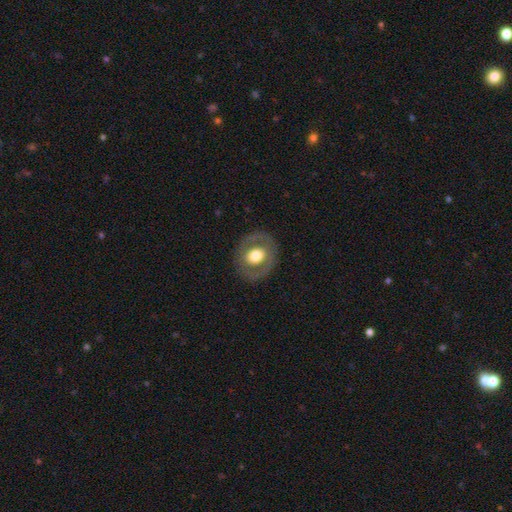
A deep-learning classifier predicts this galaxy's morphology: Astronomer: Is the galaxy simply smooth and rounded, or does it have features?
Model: smooth — 50% (runner-up: featured or disk, 43%).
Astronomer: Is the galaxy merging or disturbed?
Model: none — 82%.